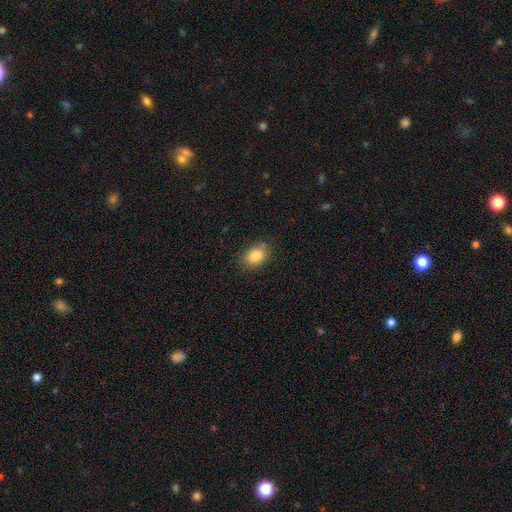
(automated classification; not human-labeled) Smooth or featured? smooth (84%)
How rounded? in between (75%)
Merging? none (79%)